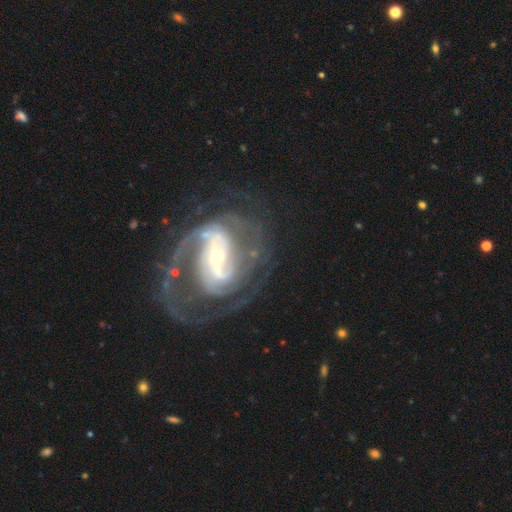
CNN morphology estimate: Q: Smooth or featured?
A: featured or disk (88%); runner-up: star or artifact (6%)
Q: Edge-on disk?
A: no (97%); runner-up: yes (3%)
Q: Bar?
A: weak (39%); runner-up: strong (37%)
Q: Spiral arms?
A: yes (95%); runner-up: no (5%)
Q: Spiral winding?
A: medium (45%); runner-up: tight (39%)
Q: Spiral arm count?
A: 2 (57%); runner-up: can't tell (16%)
Q: Bulge size?
A: small (56%); runner-up: moderate (35%)
Q: Merging?
A: none (61%); runner-up: major disturbance (21%)